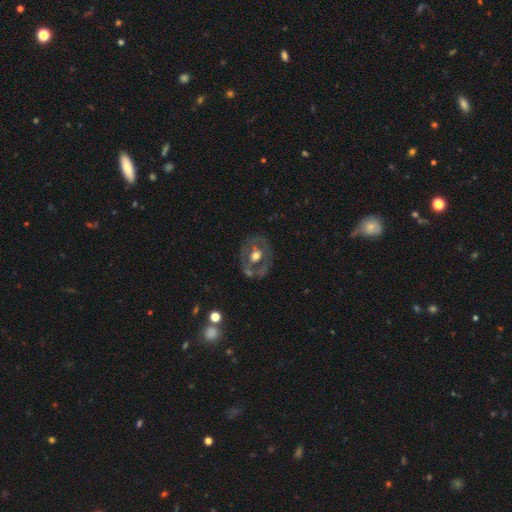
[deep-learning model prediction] Overall: featured or disk (64%; smooth 30%). Edge-on disk: no (95%). Bar: no (70%). Spiral arms: no (78%). Bulge size: moderate (71%). Merging: none (68%).